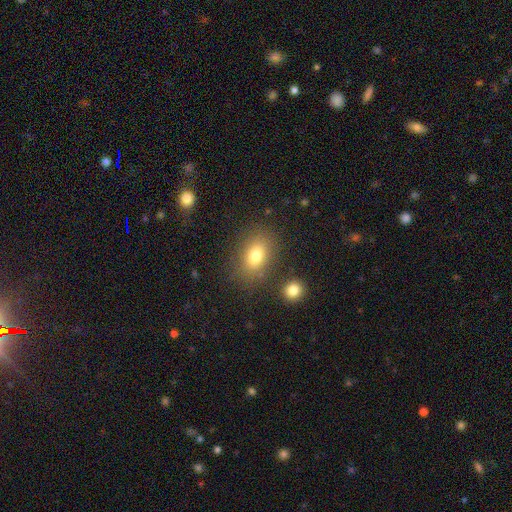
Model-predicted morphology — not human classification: Smooth or featured? Predicted: smooth (p=0.79). How rounded? Predicted: in between (p=0.80). Merging? Predicted: none (p=0.78).